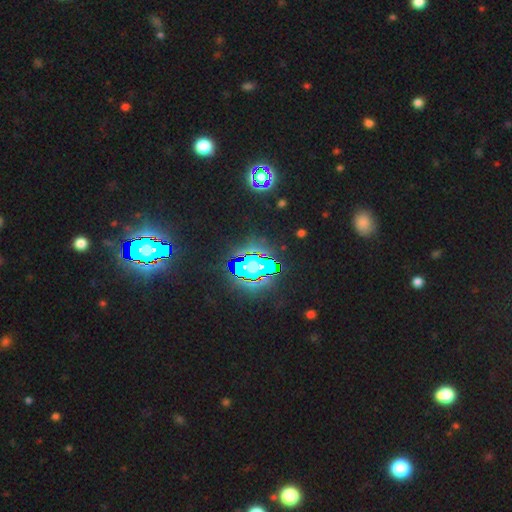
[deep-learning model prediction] smooth_or_featured: star or artifact (p=0.83) [alt: smooth p=0.10]